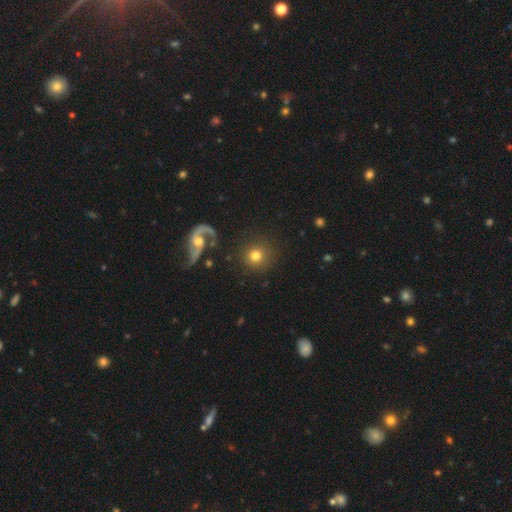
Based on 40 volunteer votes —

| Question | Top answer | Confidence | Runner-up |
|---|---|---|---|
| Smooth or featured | smooth | 70% | featured or disk (22%) |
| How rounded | round | 100% | — |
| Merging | none | 92% | minor disturbance (3%) |